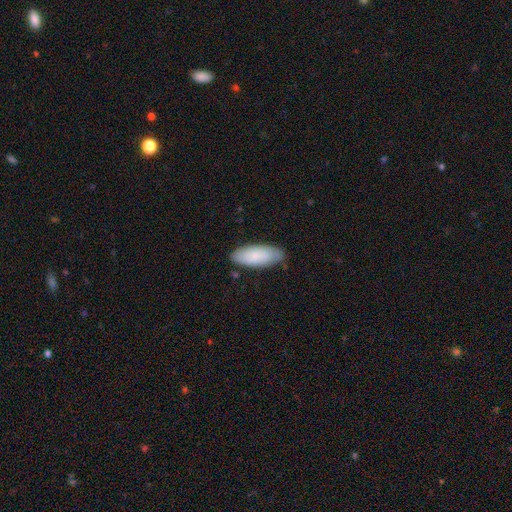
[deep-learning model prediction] Q: Smooth or featured?
A: smooth (83%); runner-up: featured or disk (12%)
Q: How rounded?
A: in between (79%); runner-up: cigar-shaped (20%)
Q: Merging?
A: none (80%); runner-up: minor disturbance (16%)